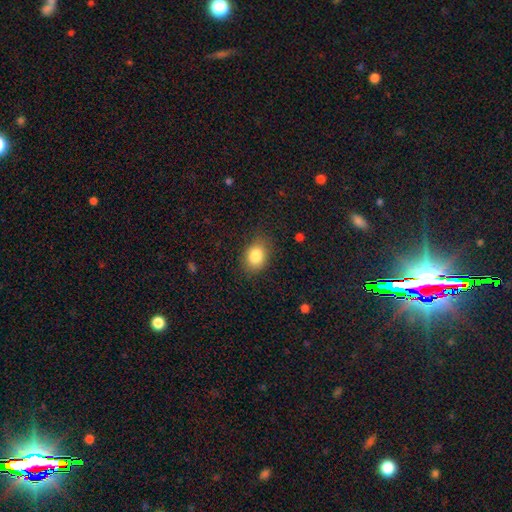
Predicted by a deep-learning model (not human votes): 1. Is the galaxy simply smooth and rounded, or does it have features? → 84% smooth, 9% star or artifact, 7% featured or disk.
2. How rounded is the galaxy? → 66% in between, 33% round, 1% cigar-shaped.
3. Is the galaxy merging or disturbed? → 82% none, 14% minor disturbance, 4% major disturbance, 1% merger.